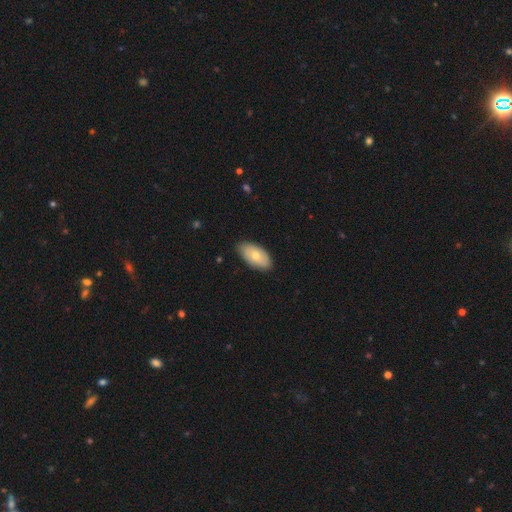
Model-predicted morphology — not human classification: A smooth galaxy with no disk features (72%) that is in between round and cigar-shaped (94%).

Vote fractions:
- Smooth or featured? smooth: 72% / featured or disk: 22% / star or artifact: 6%
- How rounded? in between: 94% / round: 3% / cigar-shaped: 3%
- Merging? none: 83% / minor disturbance: 14% / major disturbance: 2% / merger: 1%